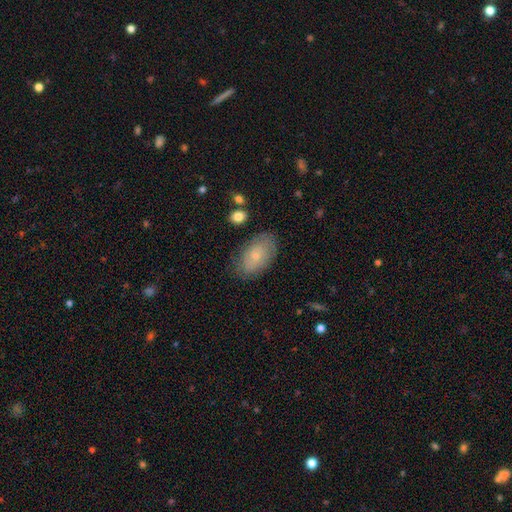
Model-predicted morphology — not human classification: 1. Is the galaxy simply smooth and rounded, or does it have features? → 62% smooth, 30% featured or disk, 8% star or artifact.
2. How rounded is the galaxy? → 92% in between, 6% round, 2% cigar-shaped.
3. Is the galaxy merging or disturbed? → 77% none, 17% minor disturbance, 5% major disturbance, 2% merger.